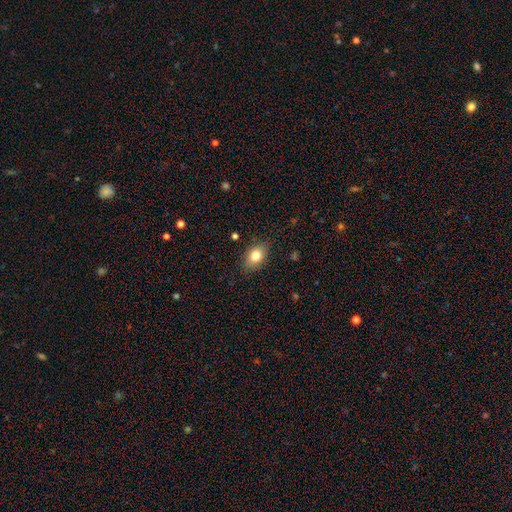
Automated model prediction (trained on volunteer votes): This is likely a smooth galaxy (80%). How rounded: clearly in between (83%). Merging: clearly none (84%).